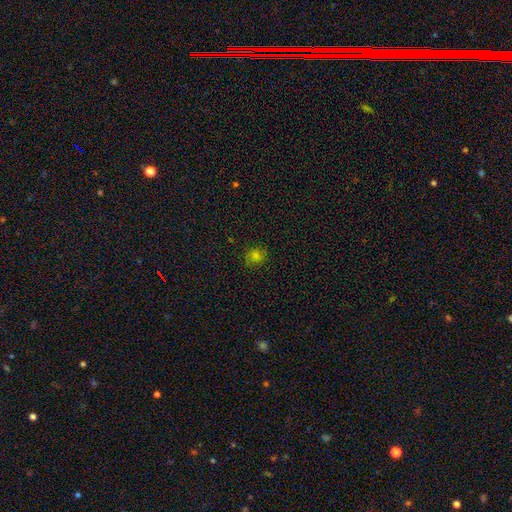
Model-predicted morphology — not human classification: The model was most divided on "smooth or featured": smooth: 69%, star or artifact: 20%, featured or disk: 11%. More confident: merging — none (81%); how rounded — round (76%).